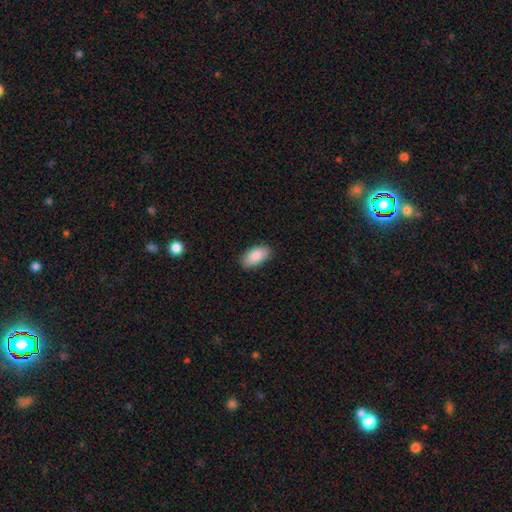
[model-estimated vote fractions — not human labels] Smooth or featured: smooth — 89% (star or artifact — 6%)
How rounded: in between — 94% (cigar-shaped — 4%)
Merging: none — 87% (minor disturbance — 10%)